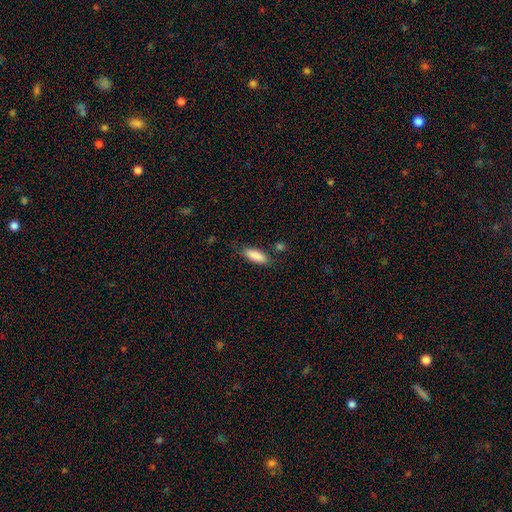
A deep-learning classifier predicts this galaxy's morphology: smooth-or-featured: smooth: 88% | star or artifact: 7% | featured or disk: 6%
  how-rounded: in between: 61% | cigar-shaped: 37% | round: 2%
  merging: none: 78% | minor disturbance: 15% | major disturbance: 4% | merger: 3%